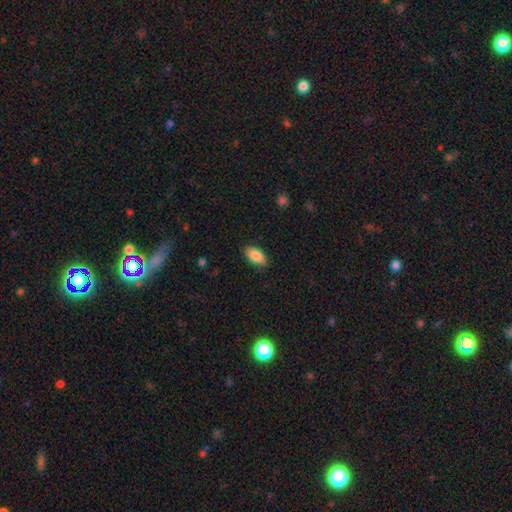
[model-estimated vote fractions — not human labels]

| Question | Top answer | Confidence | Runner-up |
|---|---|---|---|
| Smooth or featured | smooth | 88% | star or artifact (7%) |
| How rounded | in between | 94% | round (3%) |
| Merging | none | 86% | minor disturbance (10%) |